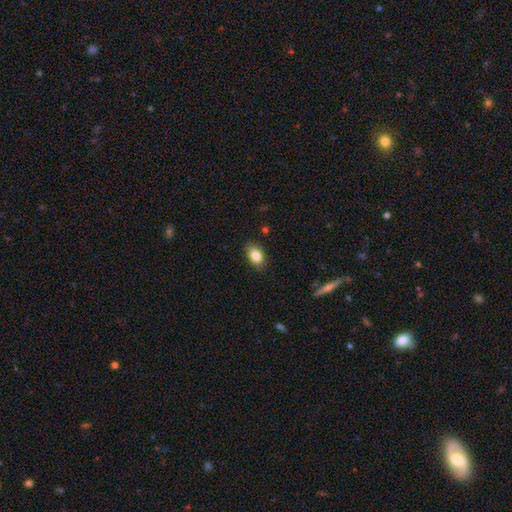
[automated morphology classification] smooth-or-featured: smooth: 84% | star or artifact: 8% | featured or disk: 8%
  how-rounded: in between: 87% | round: 11% | cigar-shaped: 2%
  merging: none: 86% | minor disturbance: 10% | major disturbance: 2% | merger: 1%